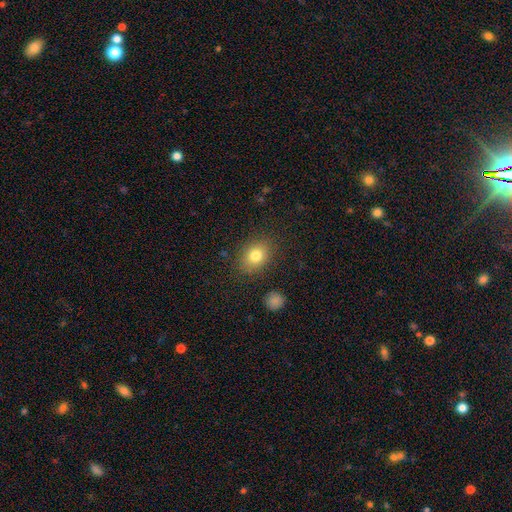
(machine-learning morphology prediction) Smooth or featured: smooth — 79% (star or artifact — 11%)
How rounded: in between — 59% (round — 40%)
Merging: none — 84% (minor disturbance — 10%)